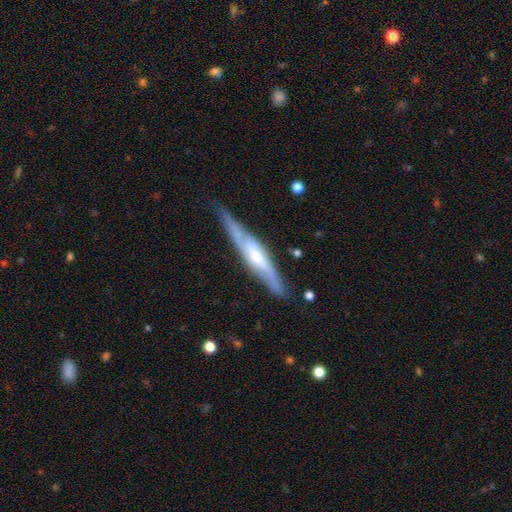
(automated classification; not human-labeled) This appears to be a featured or disk galaxy (71%) viewed edge-on (69%). Merging: none (70%).